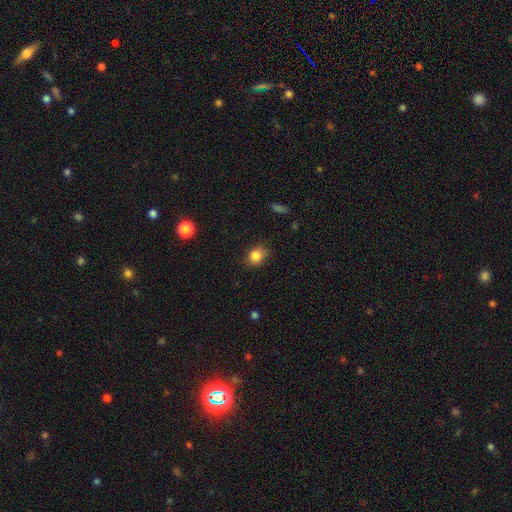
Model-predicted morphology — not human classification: type=smooth (85%); roundness=round (60%); merging=none (77%).